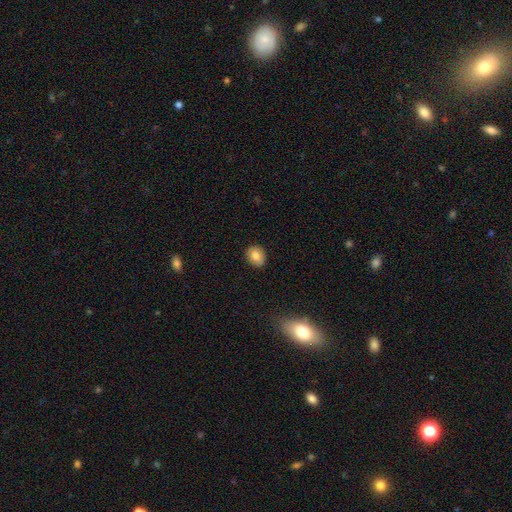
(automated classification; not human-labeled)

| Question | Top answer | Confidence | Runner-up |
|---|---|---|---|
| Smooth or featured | smooth | 80% | featured or disk (11%) |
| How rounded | round | 60% | in between (39%) |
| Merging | none | 89% | minor disturbance (8%) |